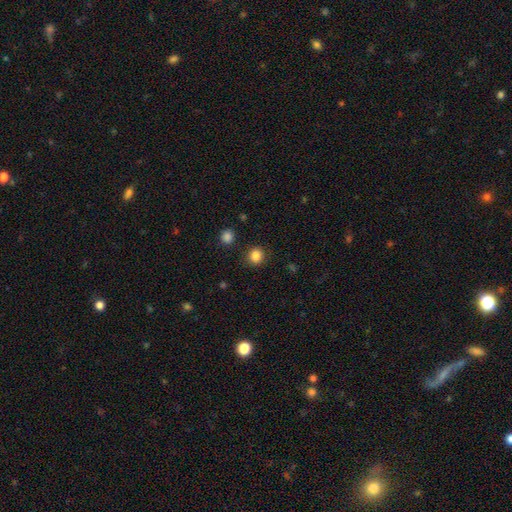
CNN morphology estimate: This is clearly a smooth galaxy (85%). How rounded: clearly round (86%). Merging: clearly none (89%).